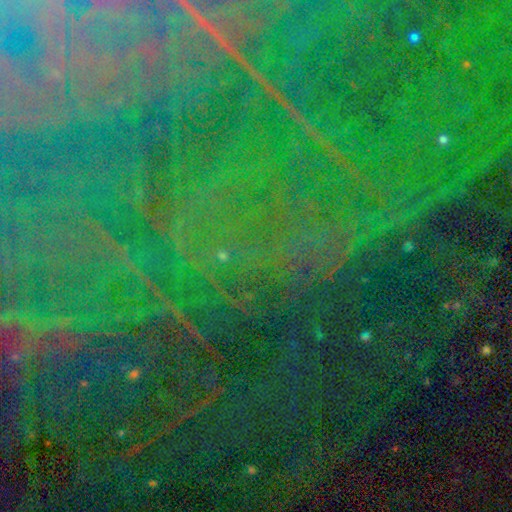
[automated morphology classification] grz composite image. It shows a star or artifact, not a galaxy (87%).